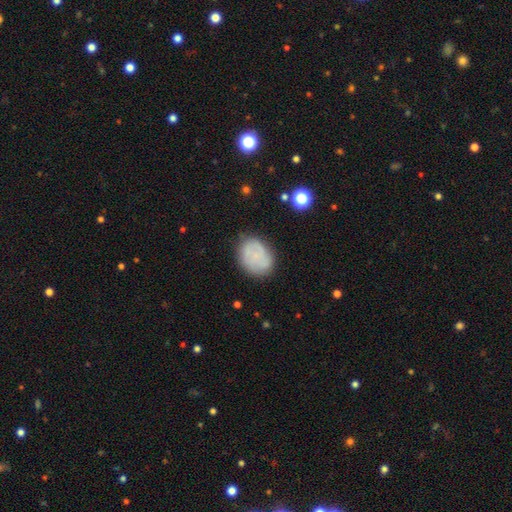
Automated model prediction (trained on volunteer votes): Smooth or featured?
  - smooth: 57% *
  - featured or disk: 33%
  - star or artifact: 10%
How rounded?
  - in between: 58% *
  - round: 41%
  - cigar-shaped: 1%
Merging?
  - none: 75% *
  - minor disturbance: 18%
  - major disturbance: 6%
  - merger: 2%